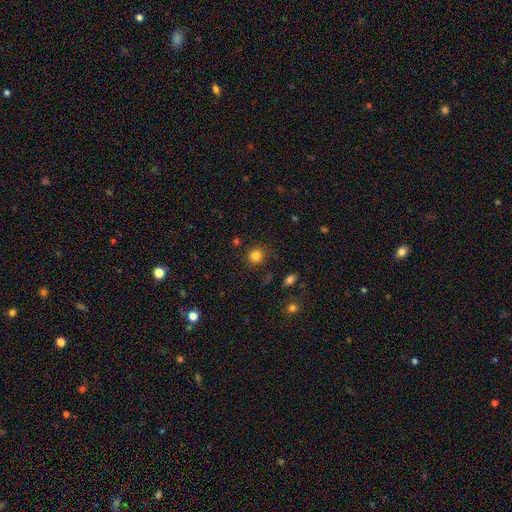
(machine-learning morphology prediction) smooth 82%, star or artifact 13%, featured or disk 5%. Down the decision tree: how rounded — round (91%); merging — none (87%).